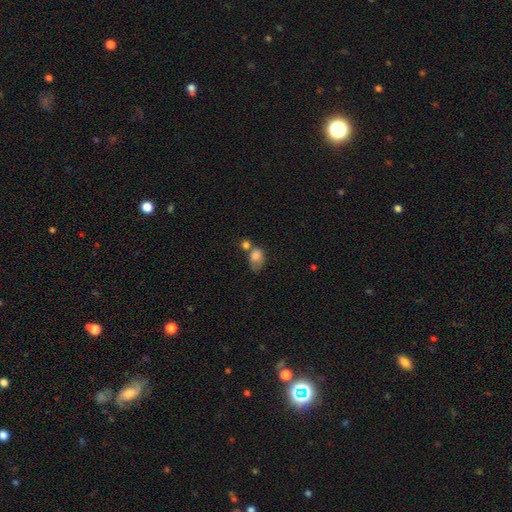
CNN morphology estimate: A smooth galaxy with no disk features (79%) that is in between round and cigar-shaped (70%). Merging: merger (41%).